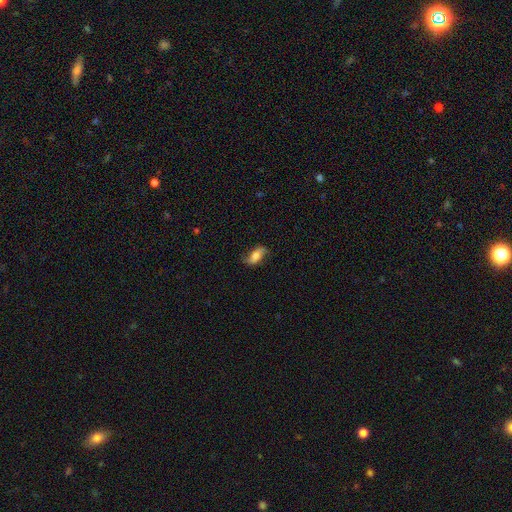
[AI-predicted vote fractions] A smooth galaxy with no disk features (48%).

Vote fractions:
- Smooth or featured? smooth: 48% / featured or disk: 43% / star or artifact: 9%
- Merging? none: 71% / minor disturbance: 20% / major disturbance: 7% / merger: 1%